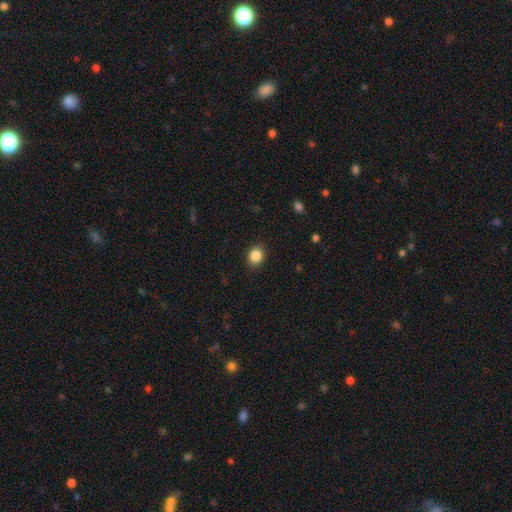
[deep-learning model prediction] A smooth galaxy with no disk features (87%) that is round (62%).

Vote fractions:
- Smooth or featured? smooth: 87% / star or artifact: 10% / featured or disk: 4%
- How rounded? round: 62% / in between: 37% / cigar-shaped: 1%
- Merging? none: 89% / minor disturbance: 7% / major disturbance: 2% / merger: 1%